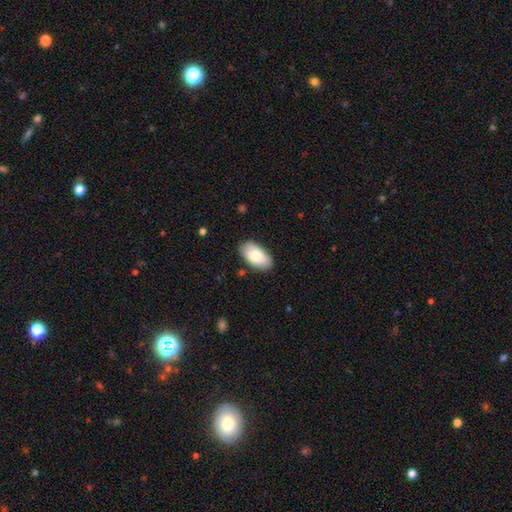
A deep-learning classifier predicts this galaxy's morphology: smooth_or_featured: smooth (p=0.79) [alt: featured or disk p=0.14]
how_rounded: in between (p=0.95) [alt: round p=0.03]
merging: none (p=0.83) [alt: minor disturbance p=0.14]